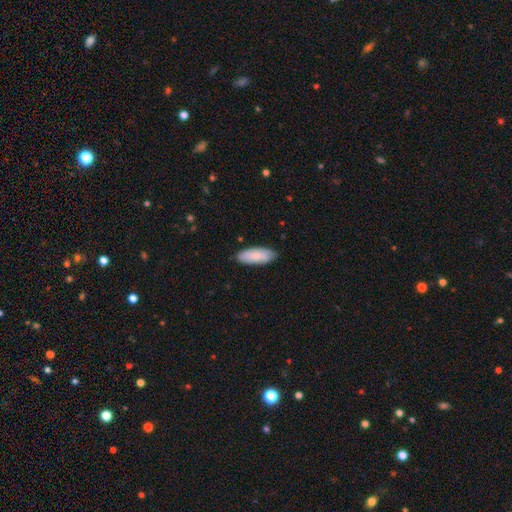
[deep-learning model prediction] Smooth or featured?
  - smooth: 78% *
  - featured or disk: 16%
  - star or artifact: 6%
How rounded?
  - in between: 79% *
  - cigar-shaped: 19%
  - round: 2%
Merging?
  - none: 80% *
  - minor disturbance: 16%
  - major disturbance: 2%
  - merger: 1%